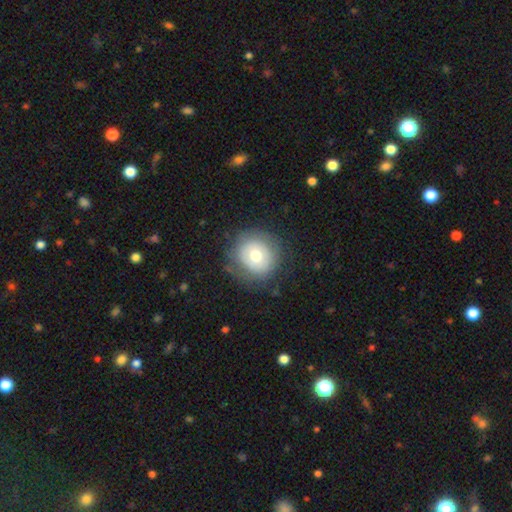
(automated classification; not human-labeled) The model was most divided on "smooth or featured": smooth: 59%, featured or disk: 33%, star or artifact: 8%. More confident: how rounded — round (89%); merging — none (79%).